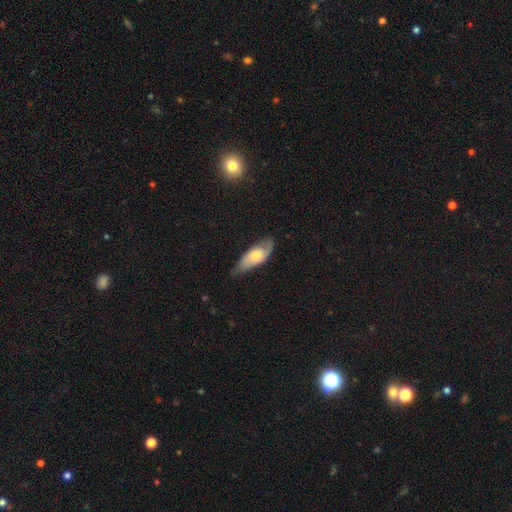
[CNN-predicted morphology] Q: Smooth or featured?
A: smooth (51%); runner-up: featured or disk (43%)
Q: How rounded?
A: in between (75%); runner-up: cigar-shaped (22%)
Q: Merging?
A: none (59%); runner-up: minor disturbance (32%)